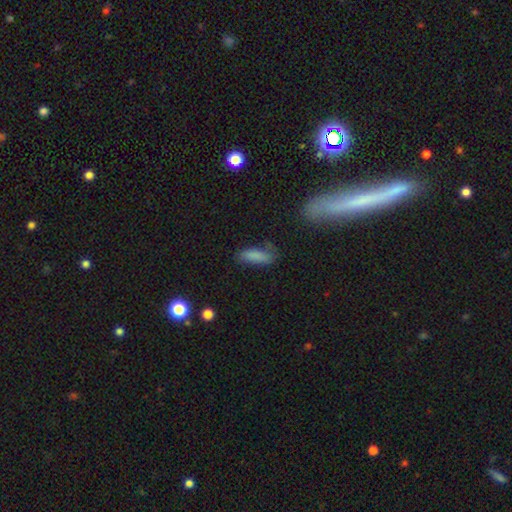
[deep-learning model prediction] This is clearly a smooth galaxy (81%). How rounded: likely in between (61%). Merging: possibly none (57%).